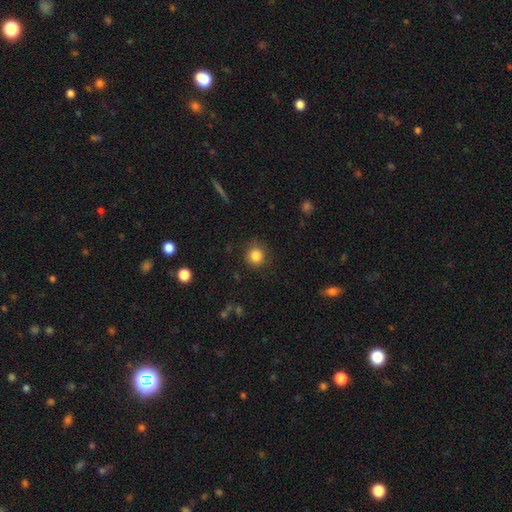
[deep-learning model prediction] Smooth or featured: smooth — 84% (star or artifact — 11%)
How rounded: round — 90% (in between — 9%)
Merging: none — 85% (minor disturbance — 10%)